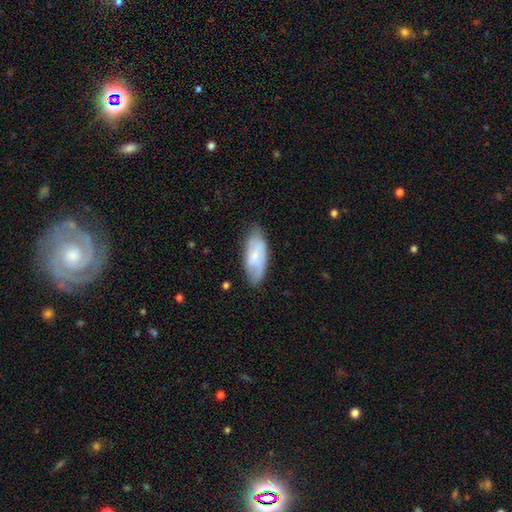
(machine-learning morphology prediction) Q: Smooth or featured?
A: smooth (55%); runner-up: featured or disk (39%)
Q: How rounded?
A: in between (82%); runner-up: cigar-shaped (16%)
Q: Merging?
A: none (73%); runner-up: minor disturbance (21%)